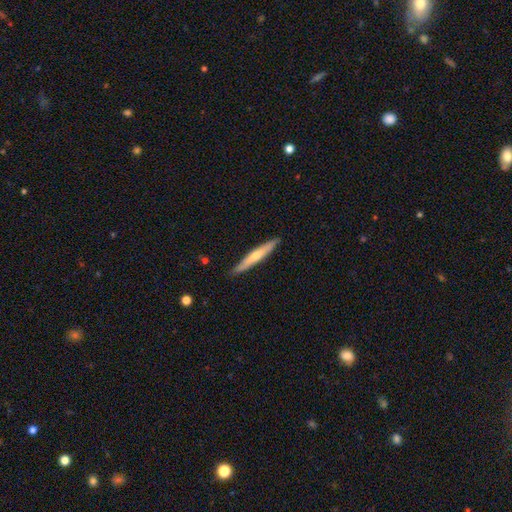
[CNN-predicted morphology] type=featured or disk (57%); edge-on=yes (95%); edge-on bulge=rounded (73%); merging=none (91%).